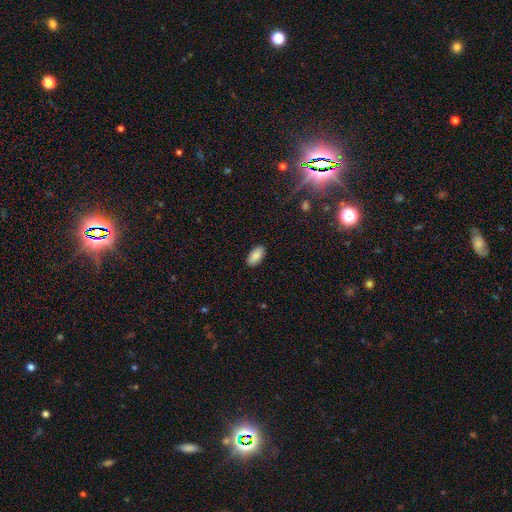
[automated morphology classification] Q: Smooth or featured?
A: smooth (88%); runner-up: star or artifact (7%)
Q: How rounded?
A: in between (94%); runner-up: cigar-shaped (3%)
Q: Merging?
A: none (89%); runner-up: minor disturbance (8%)